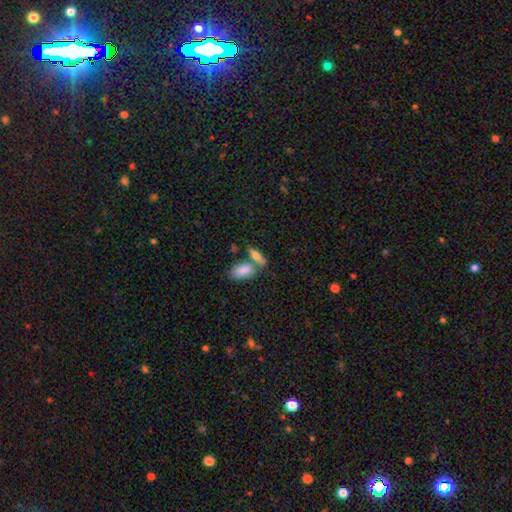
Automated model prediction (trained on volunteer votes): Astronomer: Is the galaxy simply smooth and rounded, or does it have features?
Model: smooth — 72%.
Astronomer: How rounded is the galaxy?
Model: in between — 69%.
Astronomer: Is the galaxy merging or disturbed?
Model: none — 50% (runner-up: merger, 37%).